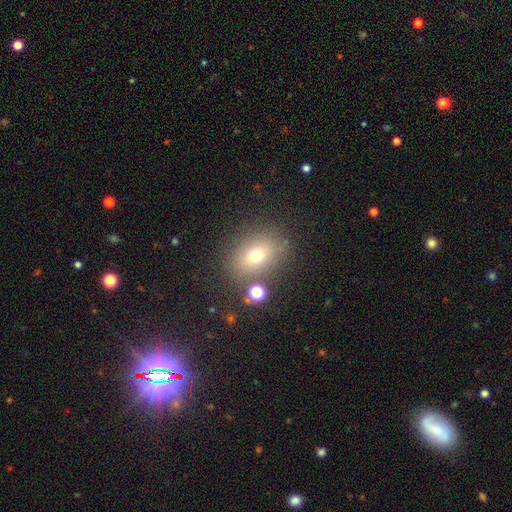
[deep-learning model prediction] Morphology: type=smooth (69%); roundness=in between (60%); merging=none (79%).